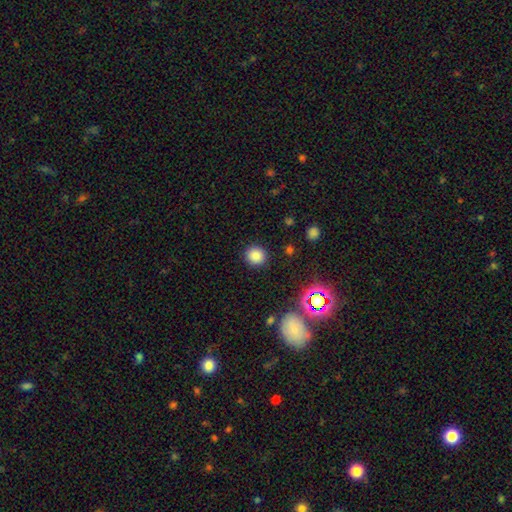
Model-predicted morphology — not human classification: smooth_or_featured: smooth (p=0.83) [alt: star or artifact p=0.13]
how_rounded: round (p=0.91) [alt: in between p=0.08]
merging: none (p=0.90) [alt: minor disturbance p=0.06]